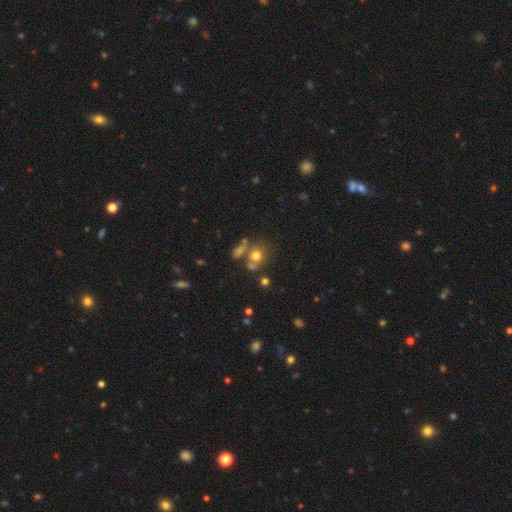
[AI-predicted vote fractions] Morphology: type=smooth (60%); roundness=round (76%); merging=none (56%).